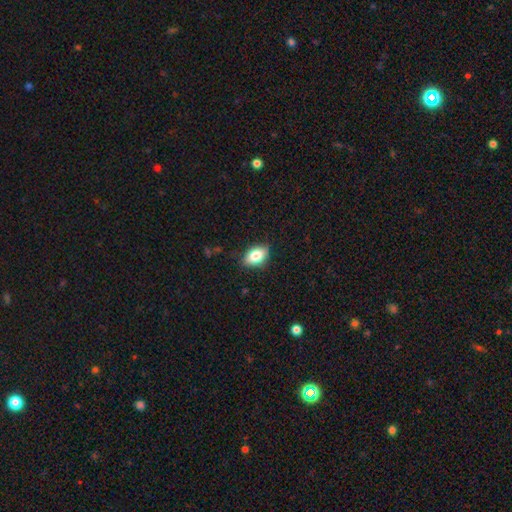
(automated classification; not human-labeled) Smooth or featured: smooth — 79% (featured or disk — 13%)
How rounded: in between — 84% (round — 14%)
Merging: none — 81% (minor disturbance — 15%)